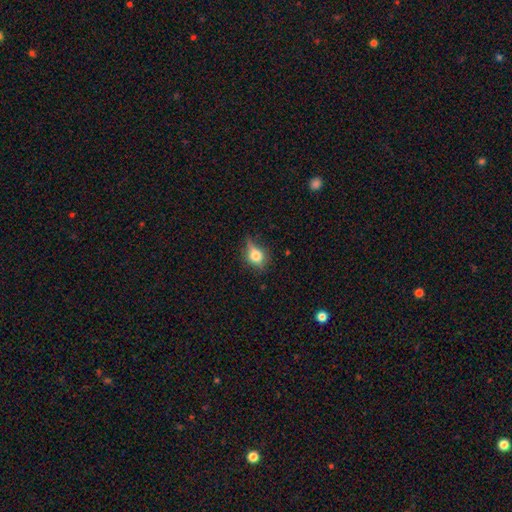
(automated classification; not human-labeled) smooth_or_featured: smooth (p=0.68) [alt: featured or disk p=0.20]
how_rounded: in between (p=0.51) [alt: round p=0.44]
merging: none (p=0.51) [alt: minor disturbance p=0.33]